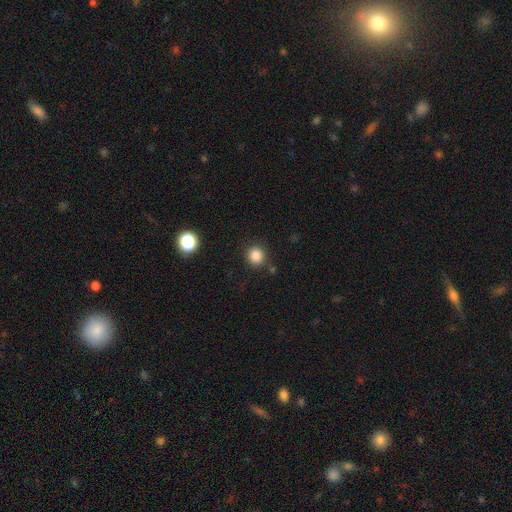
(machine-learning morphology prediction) smooth 85%, star or artifact 12%, featured or disk 4%. Down the decision tree: how rounded — round (91%); merging — none (85%).